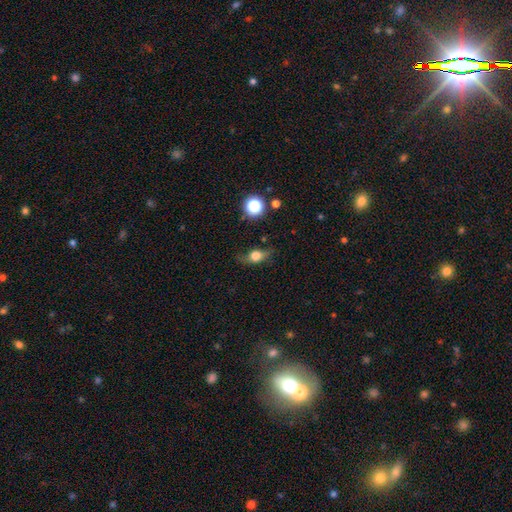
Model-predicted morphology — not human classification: This is likely a smooth galaxy (64%). How rounded: possibly in between (60%). Merging: likely none (68%).